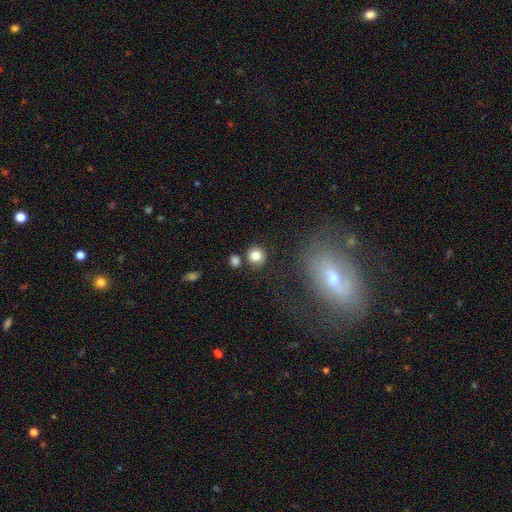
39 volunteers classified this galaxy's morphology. This appears to be a smooth galaxy with no disk features (90%) that is round (91%). Merging: none (89%).